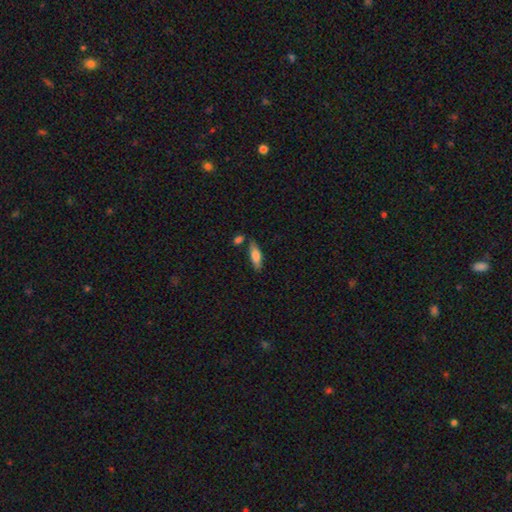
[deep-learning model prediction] smooth-or-featured: smooth: 73% | featured or disk: 20% | star or artifact: 6%
  how-rounded: in between: 56% | cigar-shaped: 42% | round: 2%
  merging: none: 75% | minor disturbance: 13% | merger: 9% | major disturbance: 3%